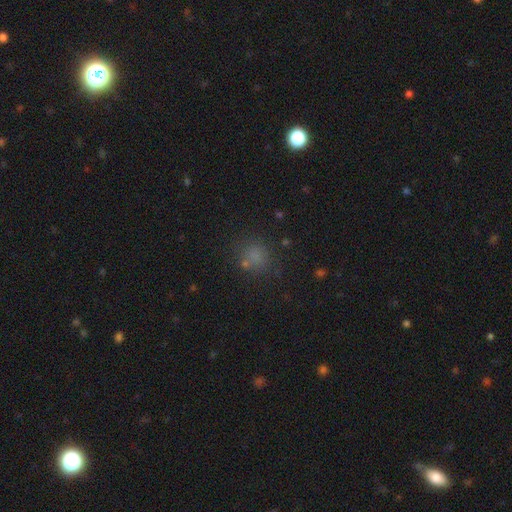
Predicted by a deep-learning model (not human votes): smooth 68%, star or artifact 24%, featured or disk 8%. Down the decision tree: how rounded — round (84%); merging — none (73%).